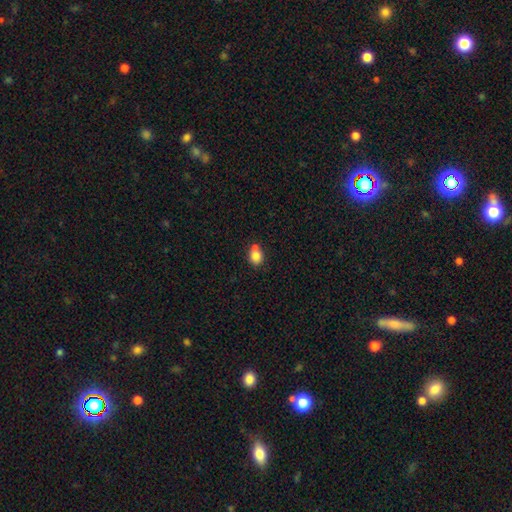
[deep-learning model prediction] smooth-or-featured: smooth: 82% | star or artifact: 10% | featured or disk: 8%
  how-rounded: round: 54% | in between: 45% | cigar-shaped: 1%
  merging: none: 51% | merger: 27% | minor disturbance: 17% | major disturbance: 5%